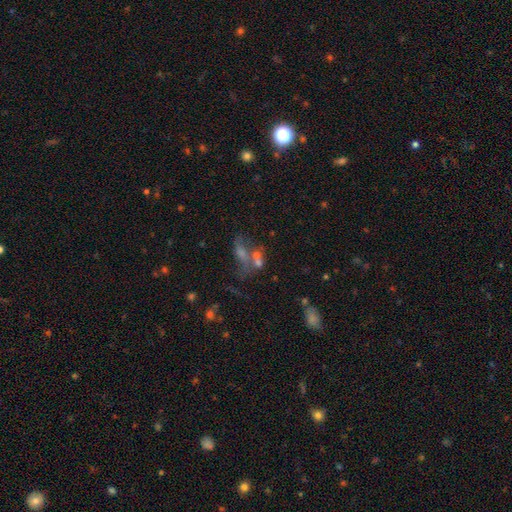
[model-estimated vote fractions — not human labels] A featured or disk galaxy (40%). Merging: merger (40%).